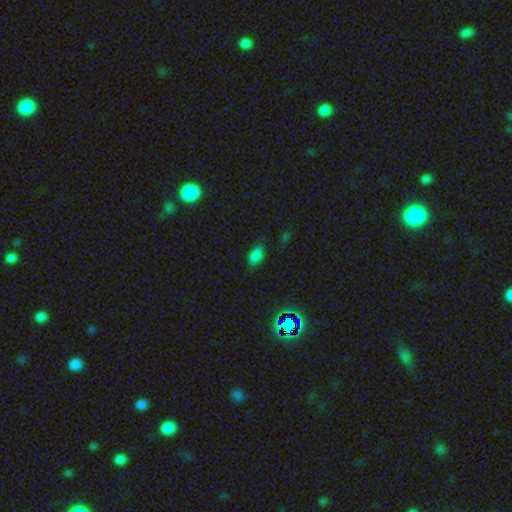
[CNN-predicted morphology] Q: Smooth or featured?
A: smooth (77%); runner-up: star or artifact (18%)
Q: How rounded?
A: in between (90%); runner-up: round (7%)
Q: Merging?
A: none (80%); runner-up: minor disturbance (16%)